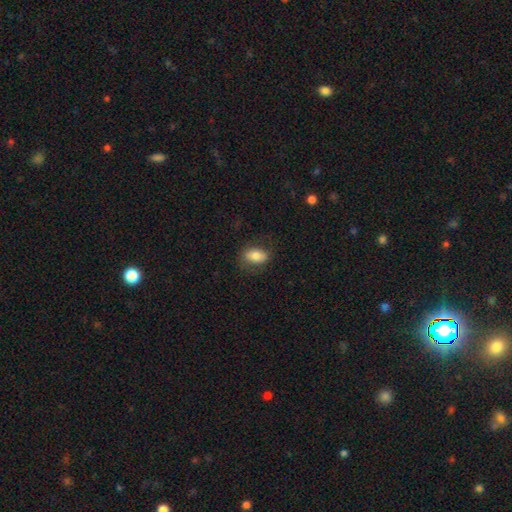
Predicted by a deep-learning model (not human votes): Q: Smooth or featured?
A: smooth (77%); runner-up: featured or disk (15%)
Q: How rounded?
A: in between (85%); runner-up: round (12%)
Q: Merging?
A: none (74%); runner-up: minor disturbance (17%)